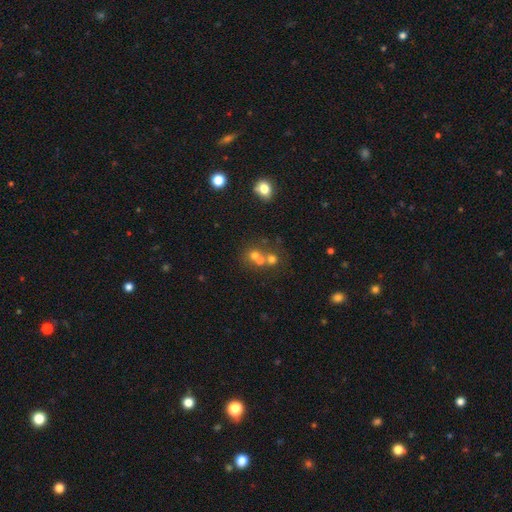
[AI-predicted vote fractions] This appears to be a smooth galaxy with no disk features (50%). Merging: merger (47%).